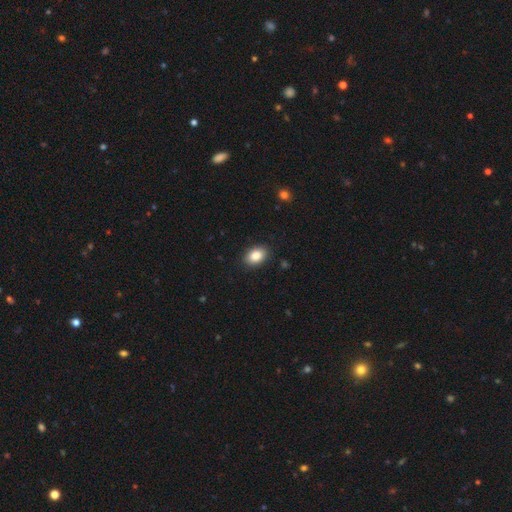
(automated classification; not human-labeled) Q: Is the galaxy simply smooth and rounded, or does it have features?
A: smooth — 87%.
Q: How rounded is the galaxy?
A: in between — 82%.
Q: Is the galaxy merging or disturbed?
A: none — 88%.